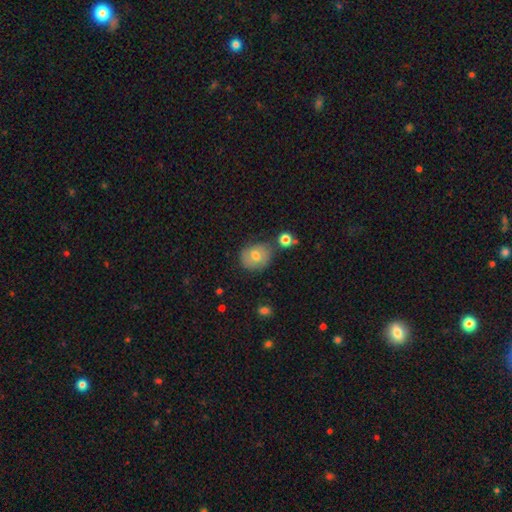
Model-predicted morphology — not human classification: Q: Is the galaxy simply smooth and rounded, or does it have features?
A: smooth — 66%.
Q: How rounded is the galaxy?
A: round — 61%.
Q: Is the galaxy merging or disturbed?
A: none — 61%.